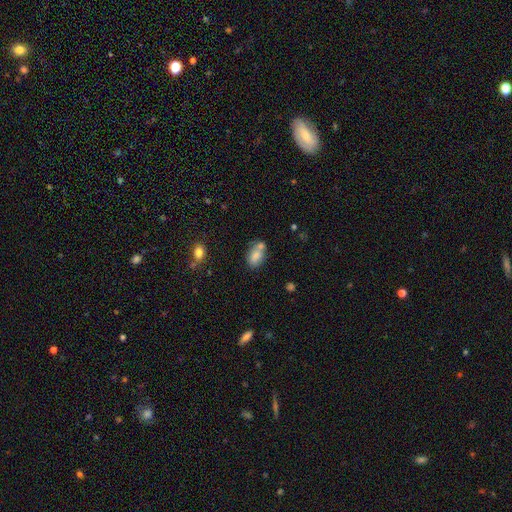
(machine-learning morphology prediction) Overall: smooth (78%). How rounded: in between (87%). Merging: none (45%; merger 34%).